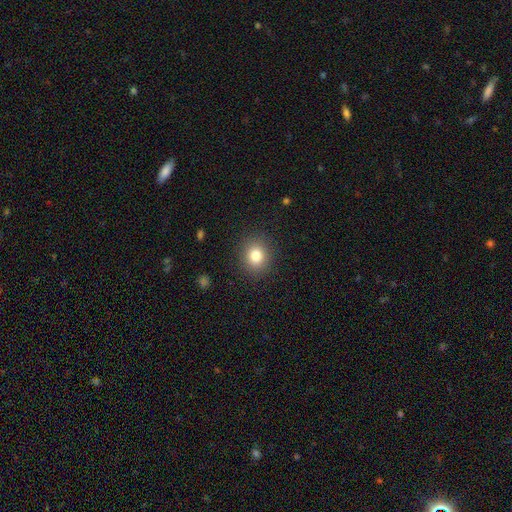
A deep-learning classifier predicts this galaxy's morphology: Smooth or featured?
  - smooth: 81% *
  - star or artifact: 12%
  - featured or disk: 7%
How rounded?
  - round: 78% *
  - in between: 22%
  - cigar-shaped: 1%
Merging?
  - none: 89% *
  - minor disturbance: 7%
  - major disturbance: 3%
  - merger: 1%